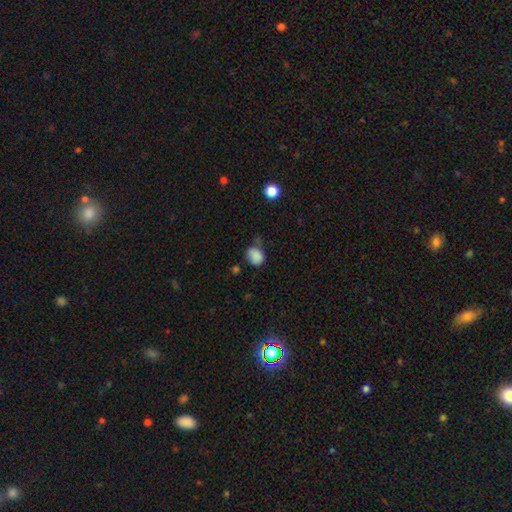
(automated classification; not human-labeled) This appears to be a smooth galaxy with no disk features (85%) that is round (50%). Merging: none (56%).